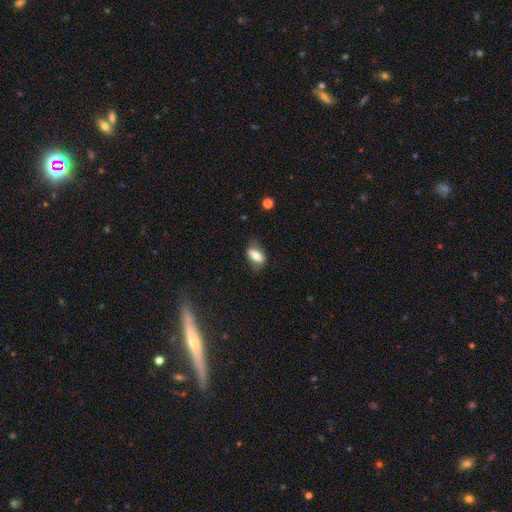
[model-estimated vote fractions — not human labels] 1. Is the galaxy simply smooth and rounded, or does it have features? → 67% smooth, 25% featured or disk, 8% star or artifact.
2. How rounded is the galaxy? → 82% in between, 11% cigar-shaped, 7% round.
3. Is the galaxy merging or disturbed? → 69% none, 22% minor disturbance, 8% major disturbance, 2% merger.